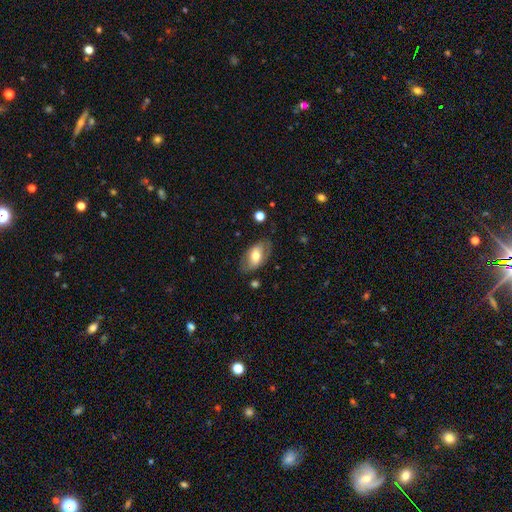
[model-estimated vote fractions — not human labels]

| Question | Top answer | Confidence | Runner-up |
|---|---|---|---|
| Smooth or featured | smooth | 55% | featured or disk (38%) |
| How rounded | in between | 92% | round (6%) |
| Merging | none | 73% | minor disturbance (18%) |